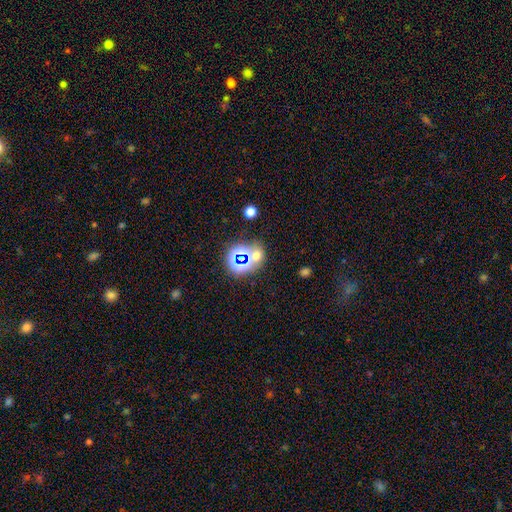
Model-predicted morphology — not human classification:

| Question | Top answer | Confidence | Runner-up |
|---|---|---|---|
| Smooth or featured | star or artifact | 48% | smooth (41%) |